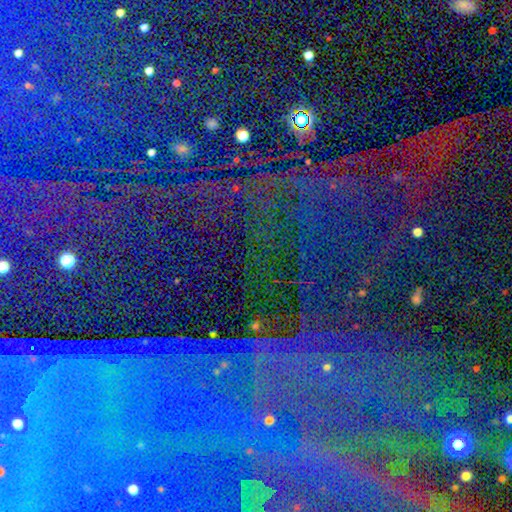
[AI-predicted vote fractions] smooth-or-featured: star or artifact: 86% | featured or disk: 7% | smooth: 7%